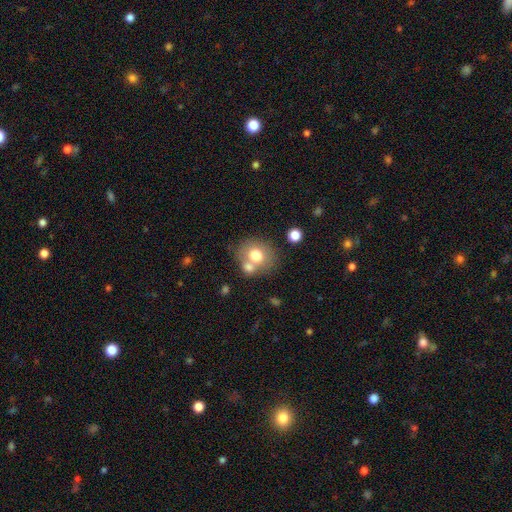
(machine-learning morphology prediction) A smooth galaxy with no disk features (72%) that is round (71%).

Vote fractions:
- Smooth or featured? smooth: 72% / featured or disk: 19% / star or artifact: 10%
- How rounded? round: 71% / in between: 29% / cigar-shaped: 1%
- Merging? none: 54% / merger: 30% / minor disturbance: 12% / major disturbance: 5%